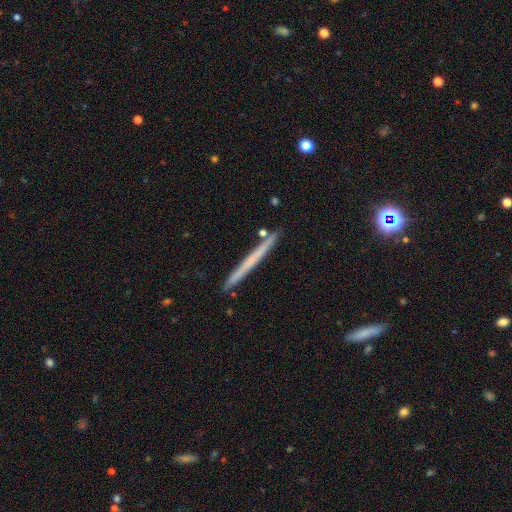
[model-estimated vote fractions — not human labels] A featured or disk galaxy (47%).

Vote fractions:
- Smooth or featured? featured or disk: 47% / smooth: 45% / star or artifact: 8%
- Merging? none: 88% / minor disturbance: 8% / merger: 2% / major disturbance: 1%